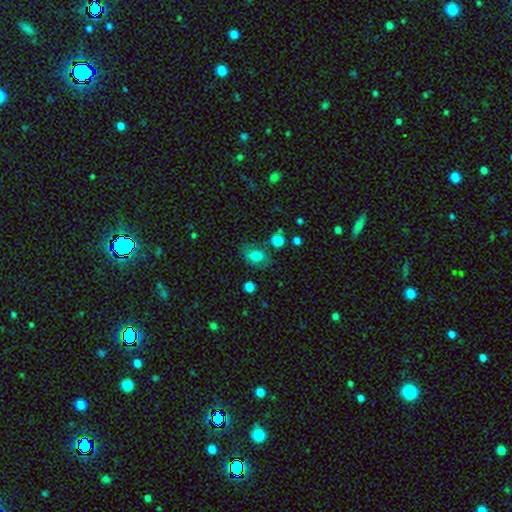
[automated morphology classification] This is likely a smooth galaxy (74%). How rounded: likely in between (77%). Merging: likely none (71%).